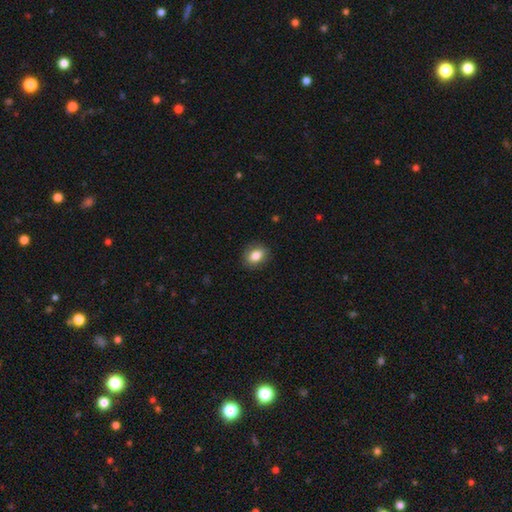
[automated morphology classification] Smooth or featured? smooth (83%)
How rounded? in between (64%)
Merging? none (87%)